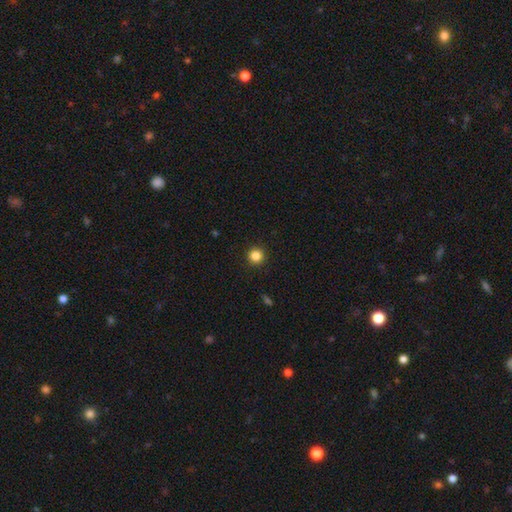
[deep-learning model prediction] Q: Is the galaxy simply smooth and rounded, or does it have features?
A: smooth — 84%.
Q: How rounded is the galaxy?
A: round — 96%.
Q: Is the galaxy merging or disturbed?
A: none — 93%.